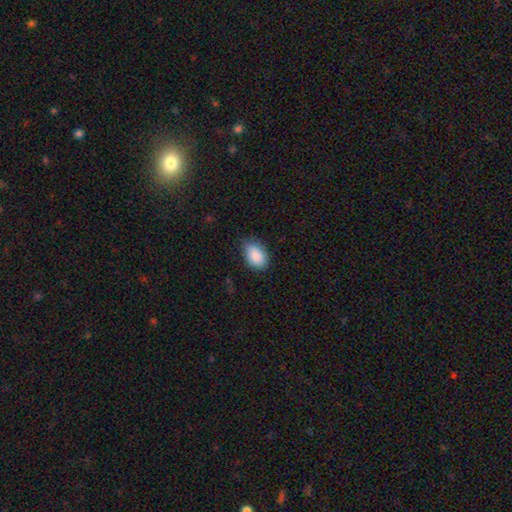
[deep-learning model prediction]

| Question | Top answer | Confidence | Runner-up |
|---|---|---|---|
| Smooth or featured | smooth | 89% | star or artifact (7%) |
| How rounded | in between | 89% | round (10%) |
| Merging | none | 73% | minor disturbance (22%) |